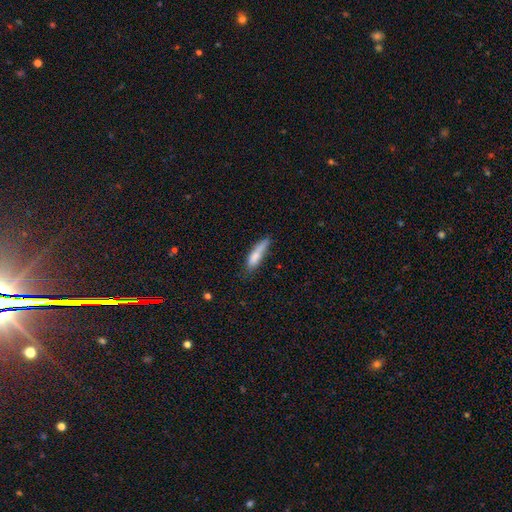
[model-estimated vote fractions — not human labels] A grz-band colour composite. It shows a smooth galaxy with no disk features (77%) that is cigar-shaped (70%). Merging: none (52%).